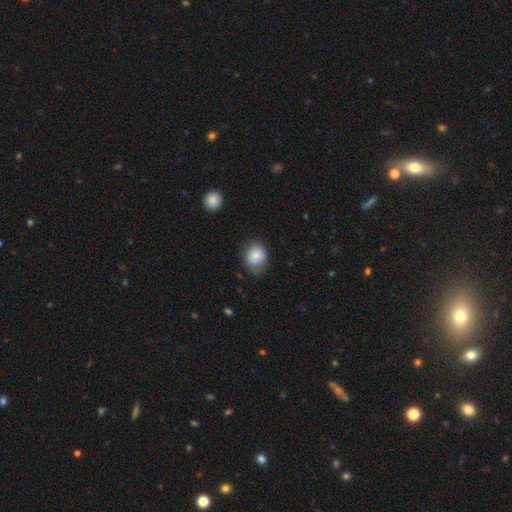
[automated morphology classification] type=smooth (83%); roundness=in between (51%); merging=none (64%).